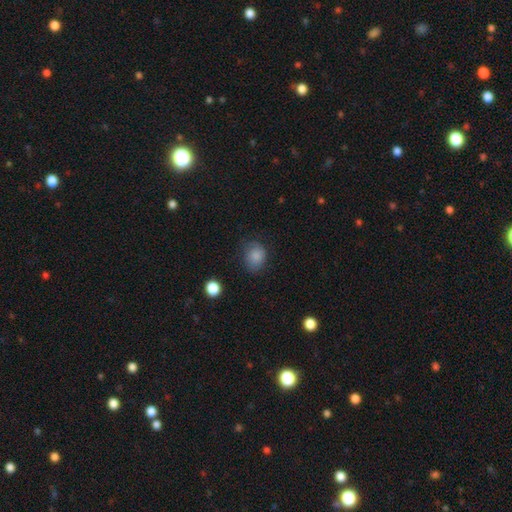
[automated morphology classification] Q: Smooth or featured?
A: smooth (83%); runner-up: star or artifact (10%)
Q: How rounded?
A: round (59%); runner-up: in between (41%)
Q: Merging?
A: none (67%); runner-up: minor disturbance (24%)